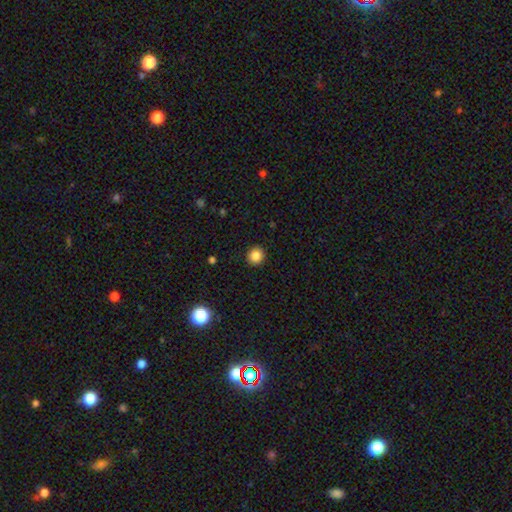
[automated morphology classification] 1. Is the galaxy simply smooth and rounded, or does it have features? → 84% smooth, 11% star or artifact, 5% featured or disk.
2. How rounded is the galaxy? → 90% round, 9% in between, 1% cigar-shaped.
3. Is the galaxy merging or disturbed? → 92% none, 5% minor disturbance, 2% major disturbance, 1% merger.